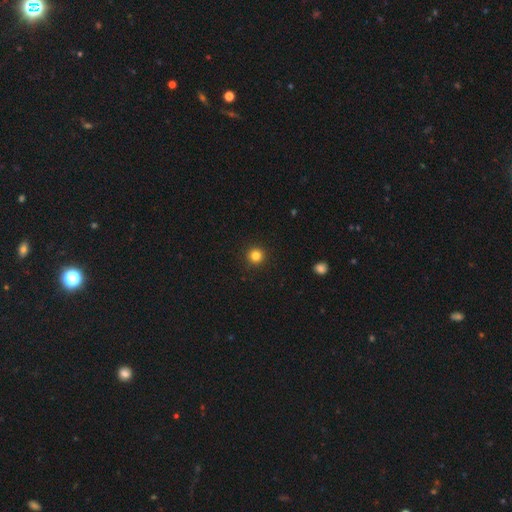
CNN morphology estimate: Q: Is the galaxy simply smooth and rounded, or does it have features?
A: smooth — 83%.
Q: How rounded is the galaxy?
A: round — 96%.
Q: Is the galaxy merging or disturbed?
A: none — 93%.